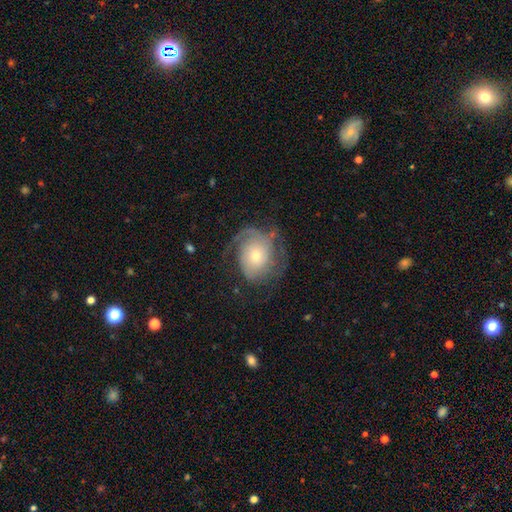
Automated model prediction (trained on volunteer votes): Smooth or featured?
  - featured or disk: 78% *
  - smooth: 16%
  - star or artifact: 6%
Edge-on disk?
  - no: 97% *
  - yes: 3%
Bar?
  - no: 76% *
  - weak: 19%
  - strong: 4%
Spiral arms?
  - yes: 92% *
  - no: 8%
Spiral winding?
  - tight: 44% *
  - medium: 37%
  - loose: 19%
Spiral arm count?
  - 2: 44% *
  - can't tell: 23%
  - 3: 15%
  - 1: 10%
  - 4: 5%
  - more than 4: 4%
Bulge size?
  - small: 53% *
  - moderate: 39%
  - large: 5%
  - dominant: 1%
  - none: 1%
Merging?
  - none: 60% *
  - minor disturbance: 20%
  - major disturbance: 19%
  - merger: 2%